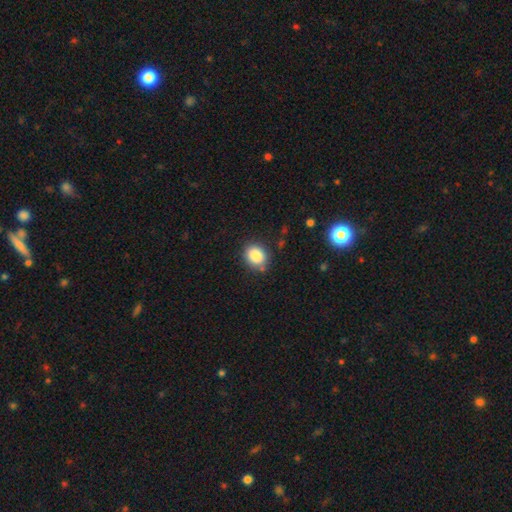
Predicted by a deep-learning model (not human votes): Smooth or featured? smooth (87%)
How rounded? round (59%)
Merging? none (81%)